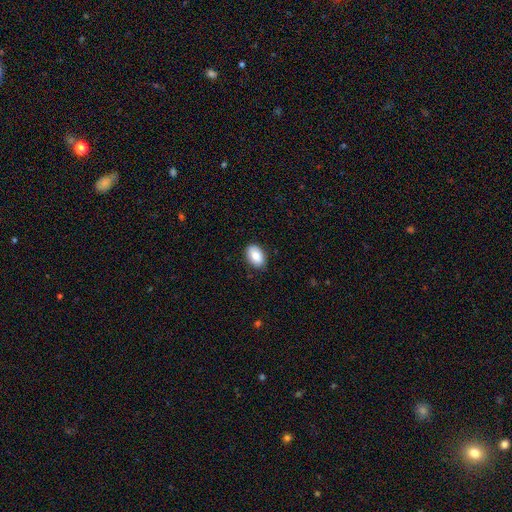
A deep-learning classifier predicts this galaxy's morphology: Smooth or featured: smooth — 87% (star or artifact — 7%)
How rounded: in between — 90% (round — 9%)
Merging: none — 86% (minor disturbance — 11%)